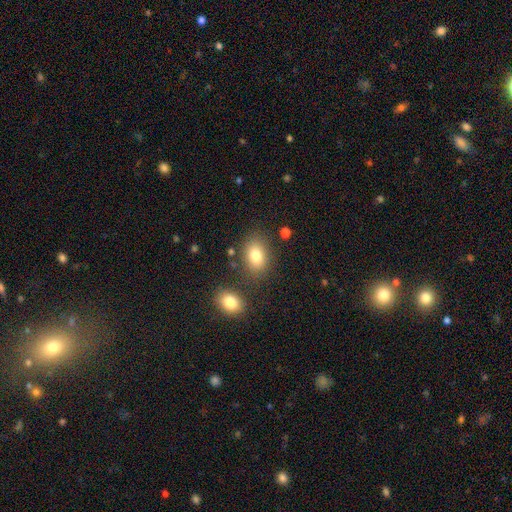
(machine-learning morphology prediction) Smooth or featured? smooth (81%)
How rounded? in between (76%)
Merging? none (77%)